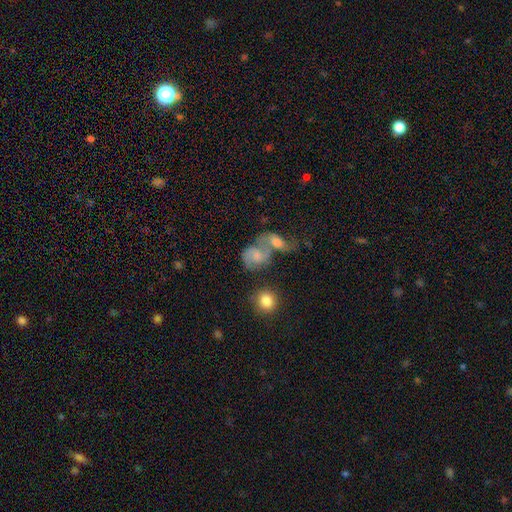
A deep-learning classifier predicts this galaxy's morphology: type=featured or disk (55%); edge-on=no (97%); bar=no (64%); spiral arms=yes (85%); bulge=small (37%); merging=merger (54%).